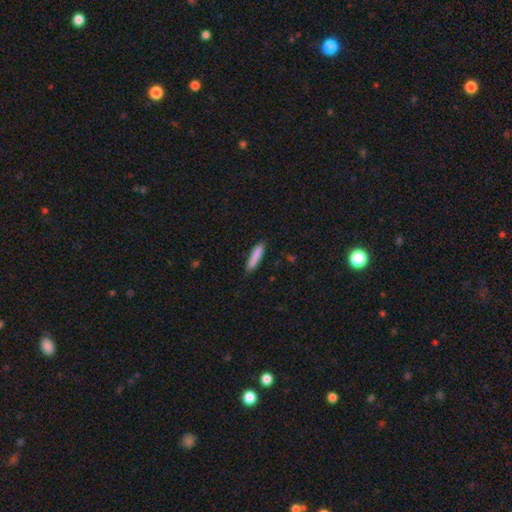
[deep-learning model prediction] This appears to be a smooth galaxy with no disk features (84%) that is cigar-shaped (86%). Merging: none (84%).